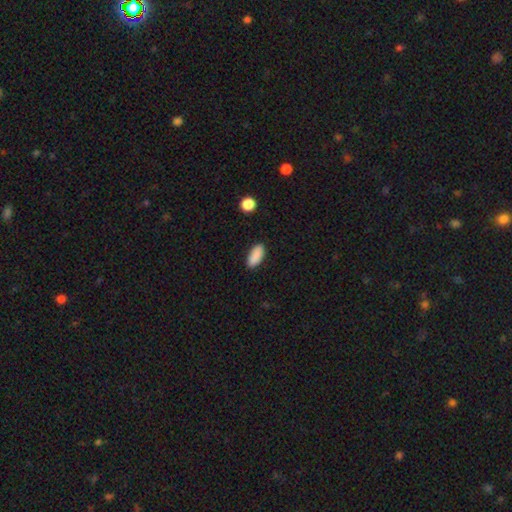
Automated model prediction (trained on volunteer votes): Smooth or featured? Predicted: smooth (p=0.89). How rounded? Predicted: in between (p=0.85). Merging? Predicted: none (p=0.87).